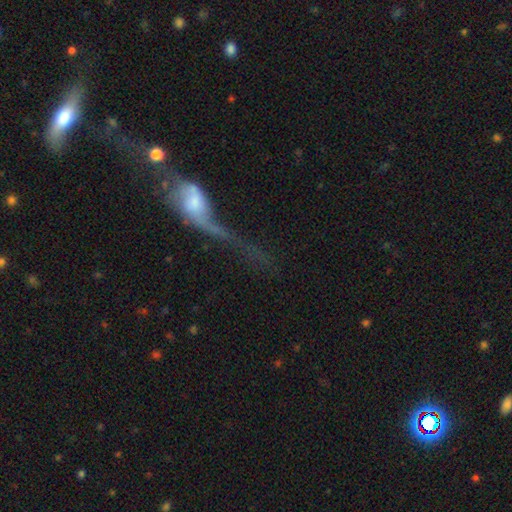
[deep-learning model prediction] featured or disk 62%, smooth 22%, star or artifact 17%. Down the decision tree: edge-on disk — no (68%); merging — major disturbance (40%).